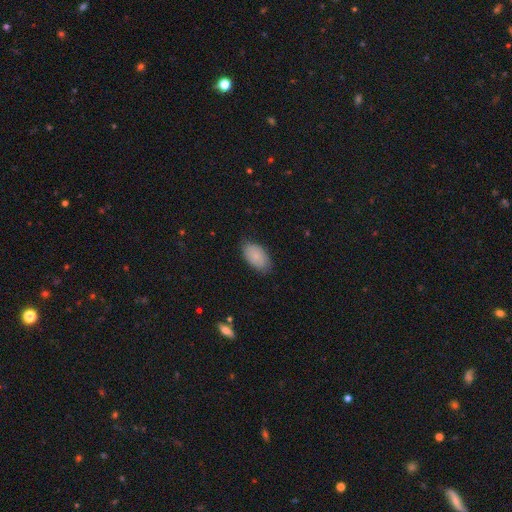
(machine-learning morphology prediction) smooth 82%, featured or disk 11%, star or artifact 7%. Down the decision tree: how rounded — in between (93%); merging — none (78%).